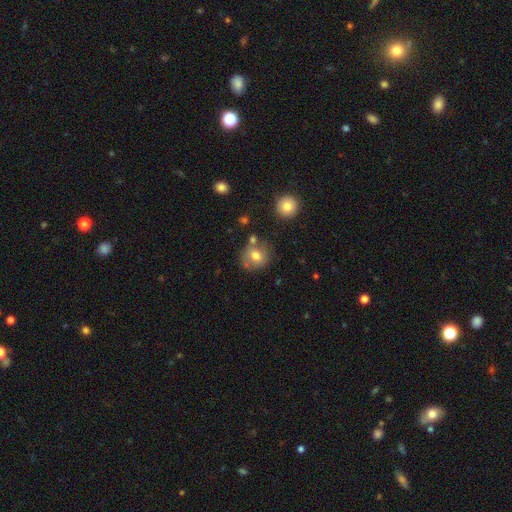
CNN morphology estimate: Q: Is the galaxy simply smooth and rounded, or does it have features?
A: smooth — 72%.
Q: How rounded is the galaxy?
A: round — 85%.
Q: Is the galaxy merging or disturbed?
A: none — 69%.